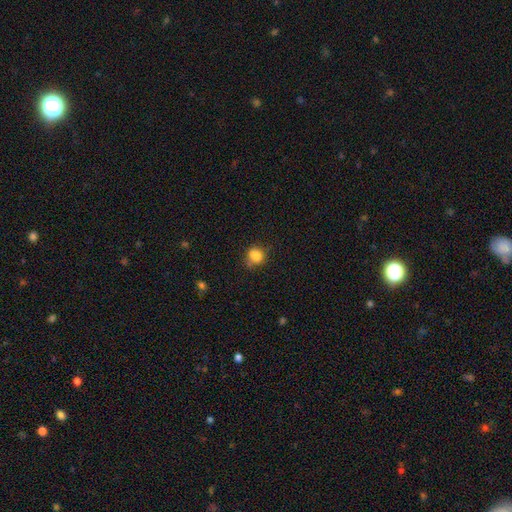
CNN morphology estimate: The model was most divided on "how rounded": round: 59%, in between: 40%, cigar-shaped: 1%. More confident: smooth or featured — smooth (80%); merging — none (55%).